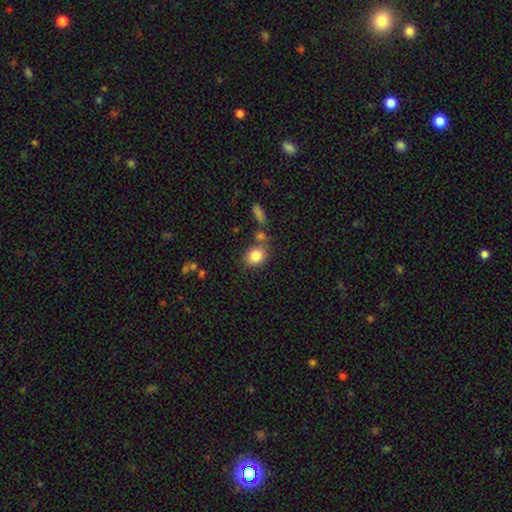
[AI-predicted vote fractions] Morphology: type=smooth (84%); roundness=round (59%); merging=none (65%).